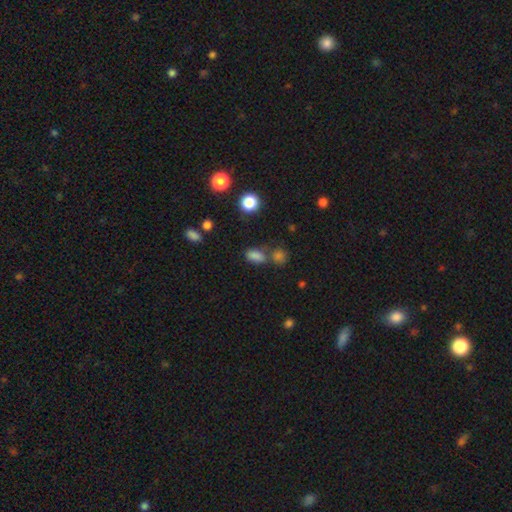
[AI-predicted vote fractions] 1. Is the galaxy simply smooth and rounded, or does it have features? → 80% smooth, 14% star or artifact, 6% featured or disk.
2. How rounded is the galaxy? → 84% in between, 12% round, 5% cigar-shaped.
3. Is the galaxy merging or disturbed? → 57% none, 23% merger, 14% minor disturbance, 6% major disturbance.